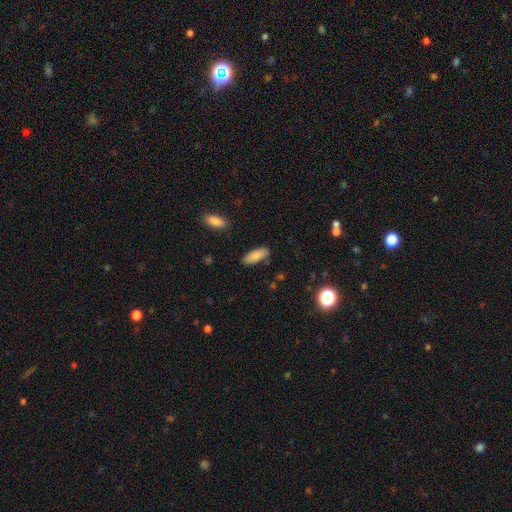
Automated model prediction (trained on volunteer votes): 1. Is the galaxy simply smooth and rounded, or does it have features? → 87% smooth, 7% star or artifact, 6% featured or disk.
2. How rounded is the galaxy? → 80% in between, 18% cigar-shaped, 2% round.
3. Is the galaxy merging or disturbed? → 81% none, 14% minor disturbance, 3% major disturbance, 2% merger.